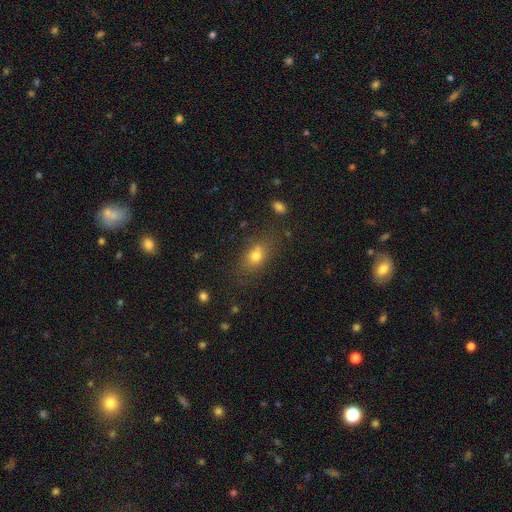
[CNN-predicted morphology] A smooth galaxy with no disk features (74%) that is in between round and cigar-shaped (70%). Merging: none (67%).